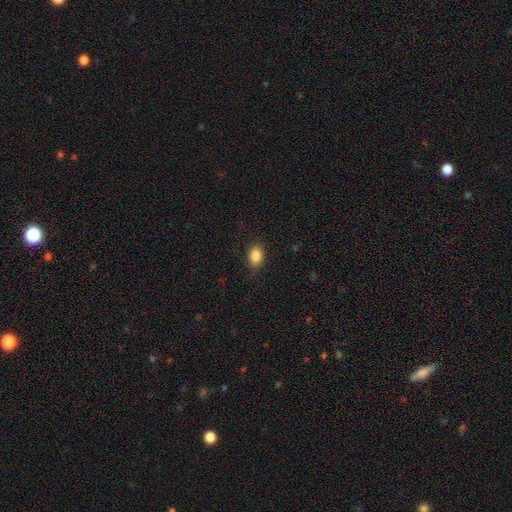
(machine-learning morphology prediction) Q: Smooth or featured?
A: smooth (86%); runner-up: star or artifact (9%)
Q: How rounded?
A: in between (81%); runner-up: round (18%)
Q: Merging?
A: none (84%); runner-up: minor disturbance (12%)